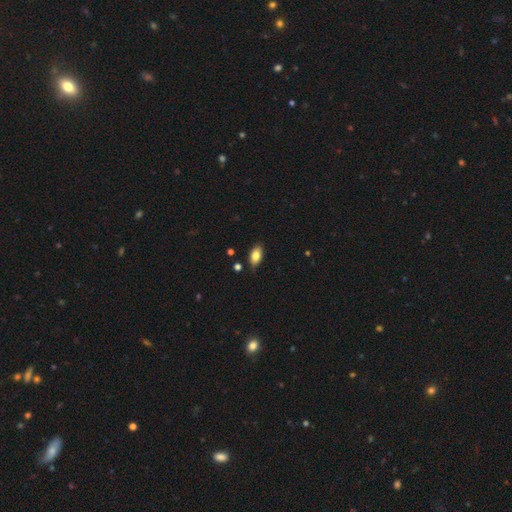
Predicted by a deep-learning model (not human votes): Smooth or featured: smooth — 80% (featured or disk — 12%)
How rounded: in between — 91% (cigar-shaped — 5%)
Merging: none — 80% (minor disturbance — 15%)